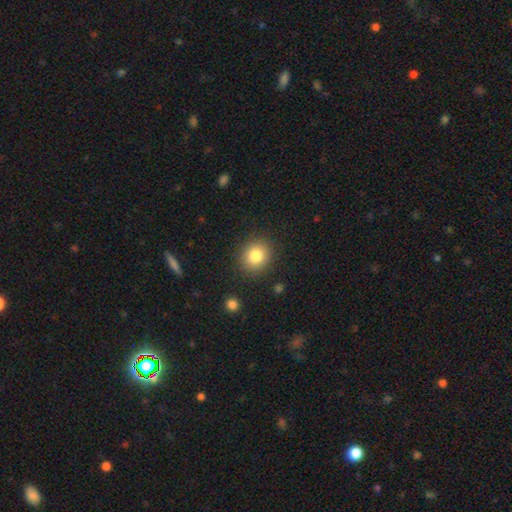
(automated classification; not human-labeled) A smooth galaxy with no disk features (82%) that is round (81%). Merging: none (88%).